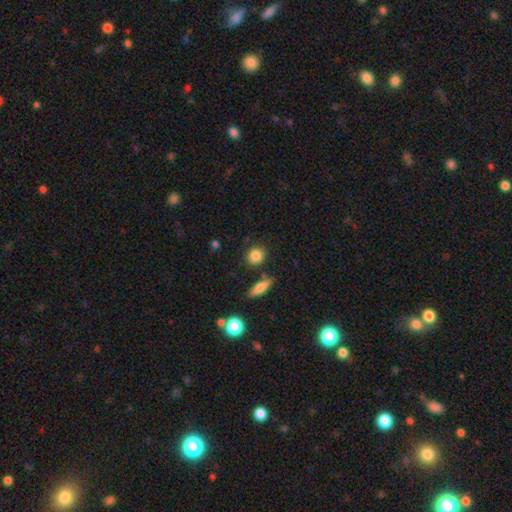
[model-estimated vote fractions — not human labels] Q: Smooth or featured?
A: smooth (85%); runner-up: star or artifact (9%)
Q: How rounded?
A: round (79%); runner-up: in between (19%)
Q: Merging?
A: none (83%); runner-up: minor disturbance (9%)